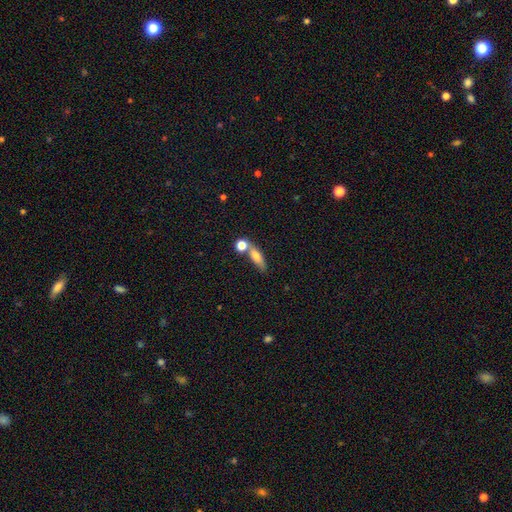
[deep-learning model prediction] smooth-or-featured: smooth: 69% | featured or disk: 22% | star or artifact: 10%
  how-rounded: in between: 49% | cigar-shaped: 39% | round: 12%
  merging: none: 48% | merger: 32% | minor disturbance: 13% | major disturbance: 6%